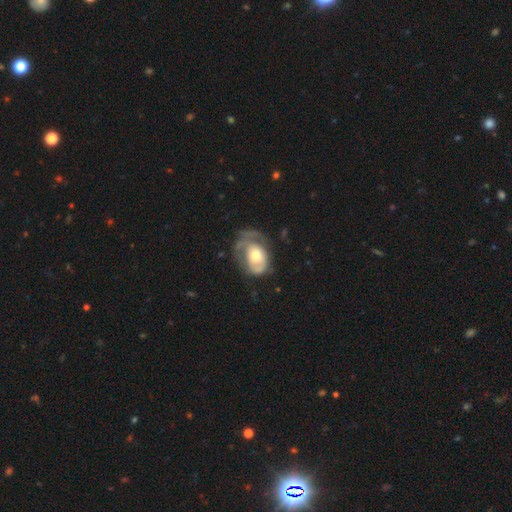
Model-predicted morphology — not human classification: This is possibly a featured or disk galaxy (53%). It is clearly not viewed edge-on (96%). Bar: likely no (80%). Spiral arm pattern: possibly yes (51%). Central bulge: likely moderate (63%). Merging: marginally major disturbance (45%).